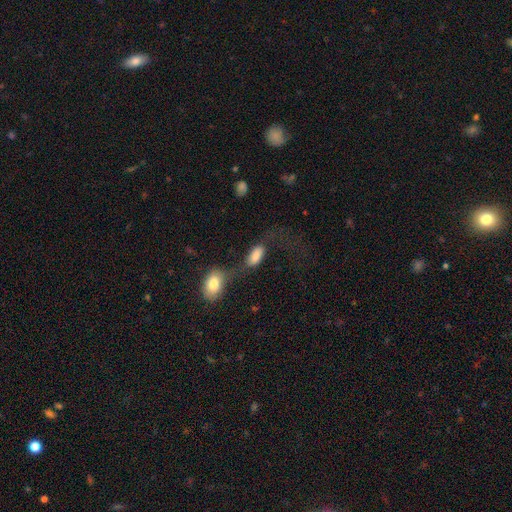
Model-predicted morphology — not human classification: Smooth or featured: smooth — 80% (featured or disk — 11%)
How rounded: in between — 90% (cigar-shaped — 6%)
Merging: merger — 44% (none — 26%)